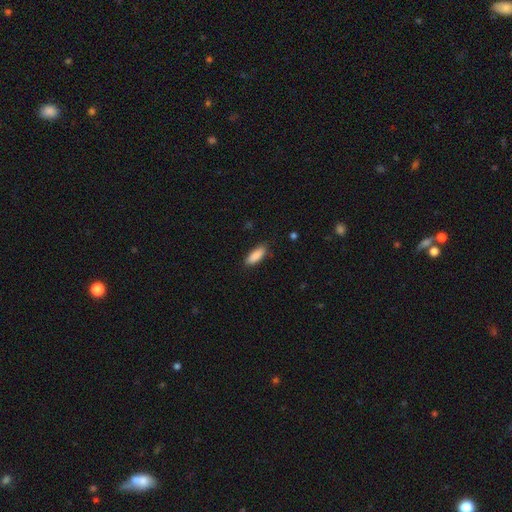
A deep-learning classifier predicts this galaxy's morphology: A smooth galaxy with no disk features (89%) that is in between round and cigar-shaped (68%). Merging: none (85%).